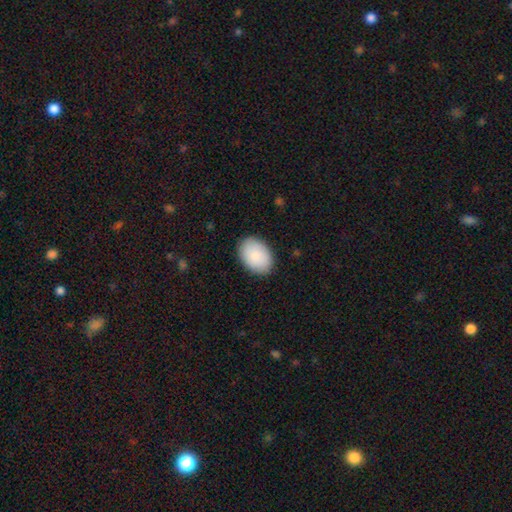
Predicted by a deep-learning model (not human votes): This appears to be a smooth galaxy with no disk features (87%) that is in between round and cigar-shaped (86%). Merging: none (87%).